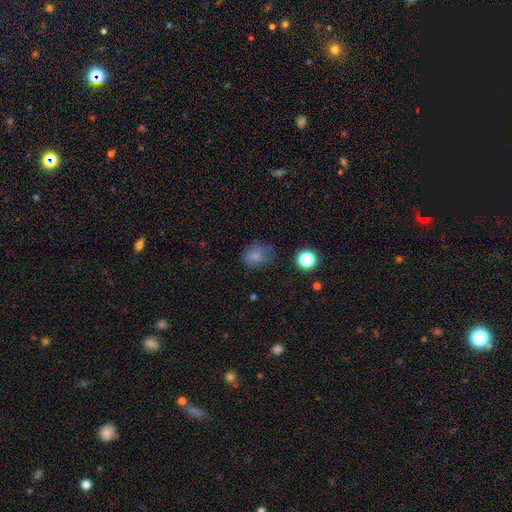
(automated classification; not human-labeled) Smooth or featured: smooth — 70% (featured or disk — 16%)
How rounded: round — 64% (in between — 35%)
Merging: none — 59% (minor disturbance — 24%)